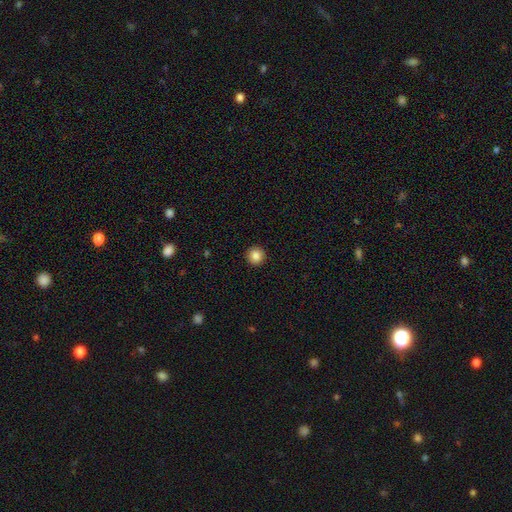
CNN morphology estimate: This appears to be a smooth galaxy with no disk features (86%) that is round (95%). Merging: none (93%).